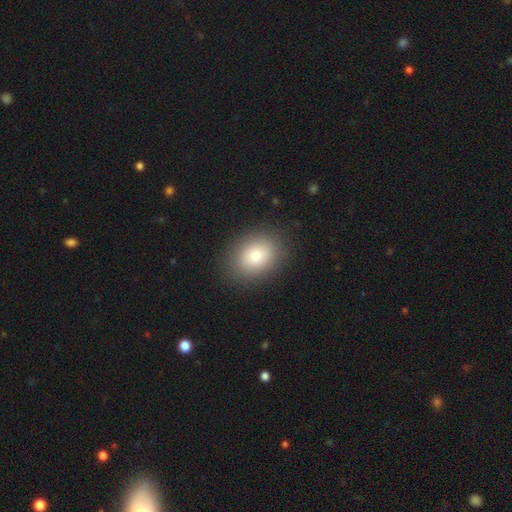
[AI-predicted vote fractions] Smooth or featured?
  - smooth: 82% *
  - star or artifact: 9%
  - featured or disk: 9%
How rounded?
  - in between: 64% *
  - round: 35%
  - cigar-shaped: 1%
Merging?
  - none: 88% *
  - minor disturbance: 8%
  - major disturbance: 3%
  - merger: 1%